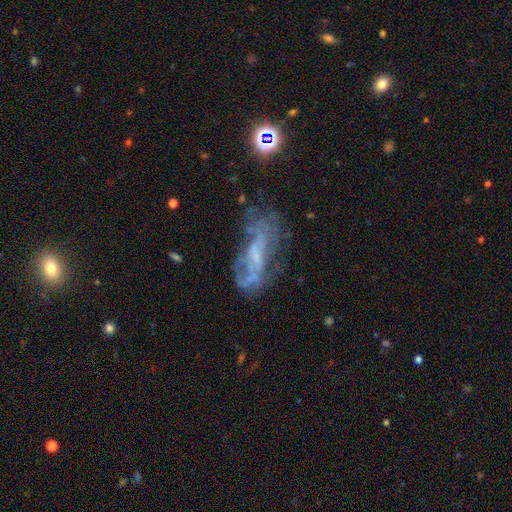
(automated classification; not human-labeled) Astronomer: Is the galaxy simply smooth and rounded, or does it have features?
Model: featured or disk — 62%.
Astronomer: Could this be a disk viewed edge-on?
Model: no — 87%.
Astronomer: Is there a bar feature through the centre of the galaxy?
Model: no — 56%.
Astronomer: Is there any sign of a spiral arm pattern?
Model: no — 56% (runner-up: yes, 44%).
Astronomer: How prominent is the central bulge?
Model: small — 39% (runner-up: none, 37%).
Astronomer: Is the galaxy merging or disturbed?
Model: none — 44% (runner-up: major disturbance, 27%).